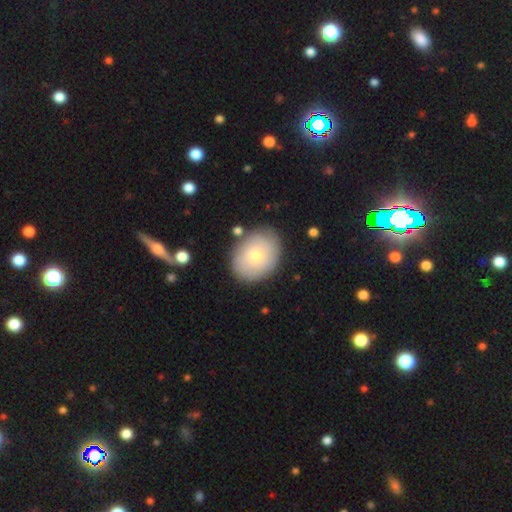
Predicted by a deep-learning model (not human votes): This is likely a smooth galaxy (72%). How rounded: likely in between (62%). Merging: clearly none (81%).